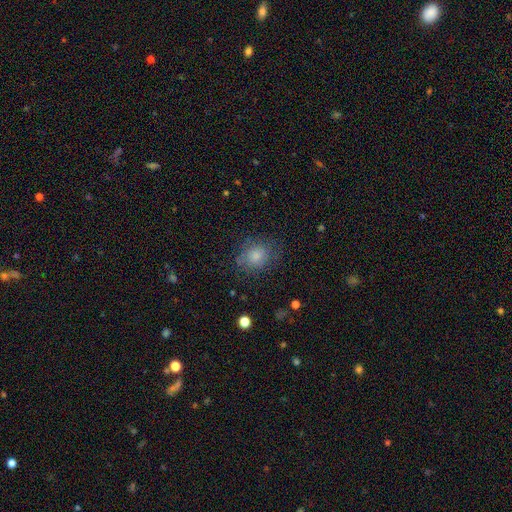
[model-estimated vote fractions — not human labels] The model was most divided on "how rounded": round: 67%, in between: 32%, cigar-shaped: 1%. More confident: smooth or featured — smooth (77%); merging — none (70%).